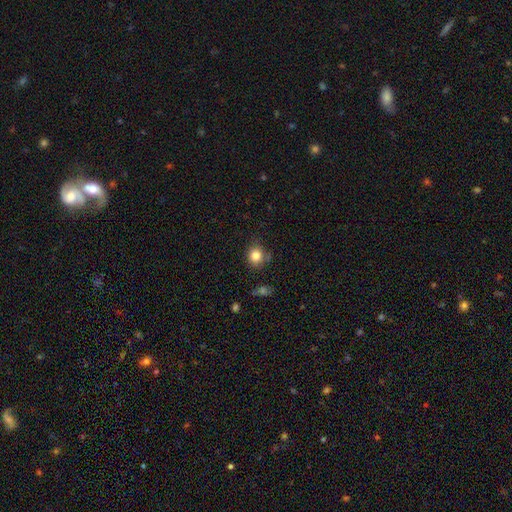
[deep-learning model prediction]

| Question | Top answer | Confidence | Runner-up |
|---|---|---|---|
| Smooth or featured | smooth | 83% | star or artifact (11%) |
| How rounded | round | 84% | in between (15%) |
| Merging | none | 75% | minor disturbance (17%) |